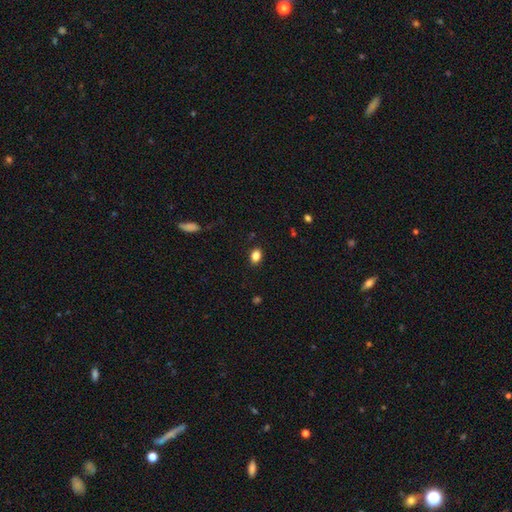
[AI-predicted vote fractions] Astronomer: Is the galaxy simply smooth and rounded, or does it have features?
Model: smooth — 85%.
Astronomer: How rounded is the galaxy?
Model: in between — 75%.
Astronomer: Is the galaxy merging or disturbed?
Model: none — 88%.